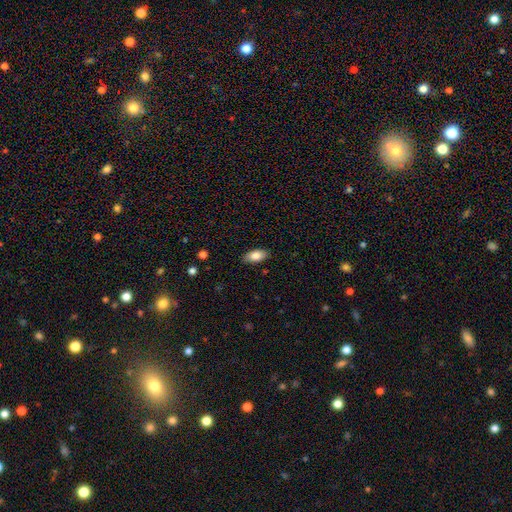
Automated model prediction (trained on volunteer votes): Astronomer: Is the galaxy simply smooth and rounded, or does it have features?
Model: smooth — 84%.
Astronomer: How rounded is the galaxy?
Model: in between — 89%.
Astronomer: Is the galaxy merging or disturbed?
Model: none — 87%.